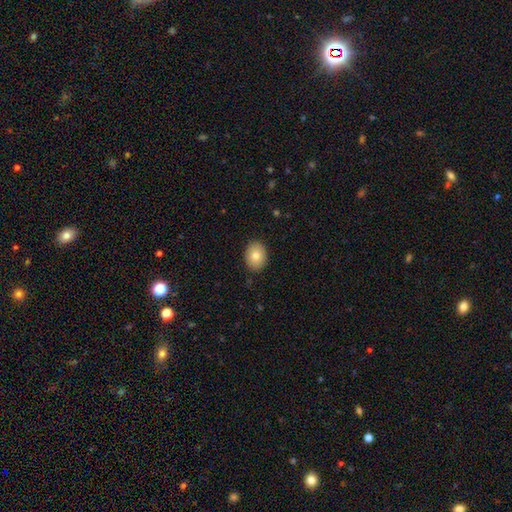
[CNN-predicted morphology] smooth 80%, featured or disk 12%, star or artifact 8%. Down the decision tree: how rounded — in between (60%); merging — none (88%).